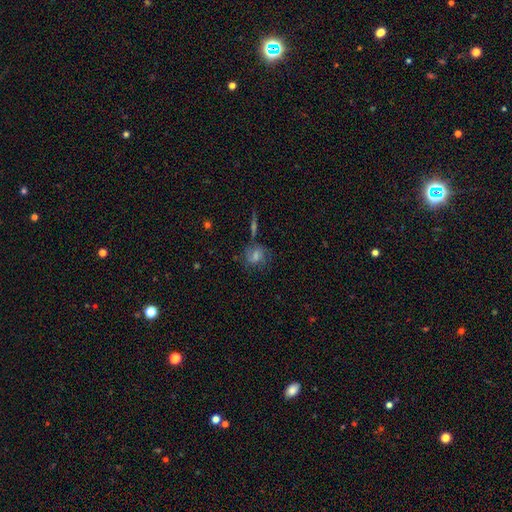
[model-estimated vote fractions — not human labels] smooth_or_featured: featured or disk (p=0.61) [alt: smooth p=0.23]
disk_edge_on: no (p=0.94) [alt: yes p=0.06]
bar: weak (p=0.46) [alt: no p=0.42]
has_spiral_arms: yes (p=0.88) [alt: no p=0.12]
spiral_winding: medium (p=0.47) [alt: tight p=0.35]
spiral_arm_count: 2 (p=0.63) [alt: can't tell p=0.19]
bulge_size: moderate (p=0.49) [alt: small p=0.33]
merging: none (p=0.67) [alt: minor disturbance p=0.15]